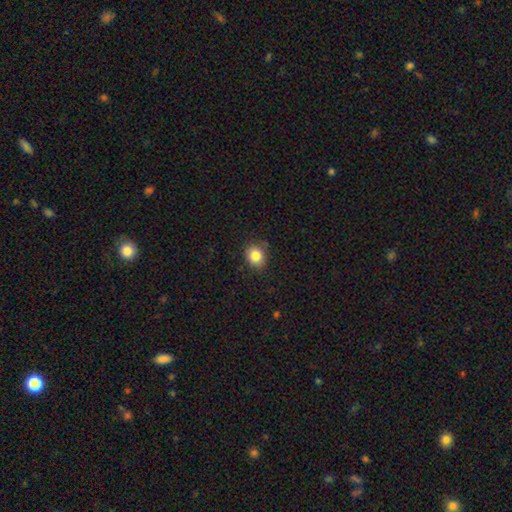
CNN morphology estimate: smooth-or-featured: smooth: 84% | star or artifact: 10% | featured or disk: 6%
  how-rounded: round: 64% | in between: 35% | cigar-shaped: 1%
  merging: none: 82% | minor disturbance: 13% | major disturbance: 3% | merger: 2%